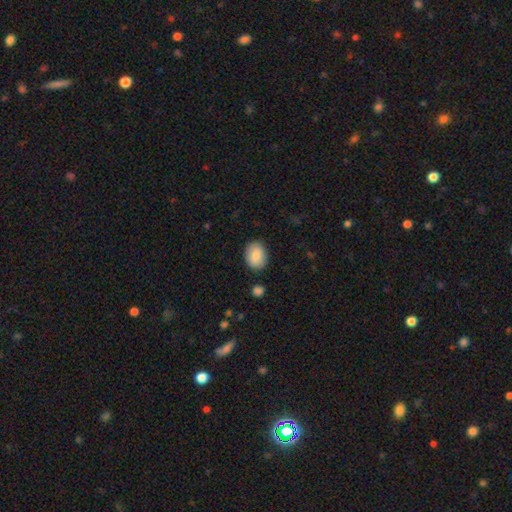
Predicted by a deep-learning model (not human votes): The model was most divided on "how rounded": in between: 69%, round: 30%, cigar-shaped: 1%. More confident: smooth or featured — smooth (86%); merging — none (85%).